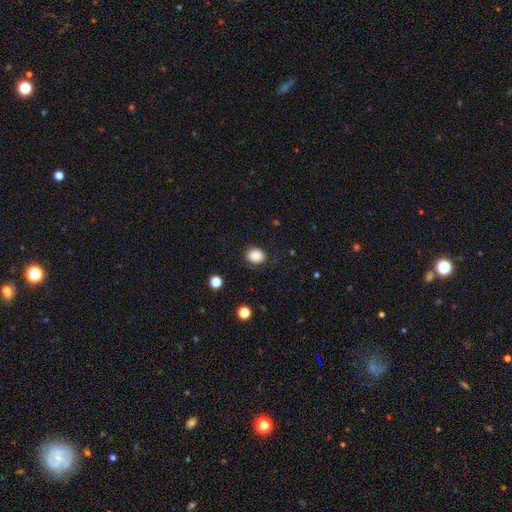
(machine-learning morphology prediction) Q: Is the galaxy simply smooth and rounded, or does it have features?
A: smooth — 87%.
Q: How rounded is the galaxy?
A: round — 64%.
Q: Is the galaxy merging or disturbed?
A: none — 86%.